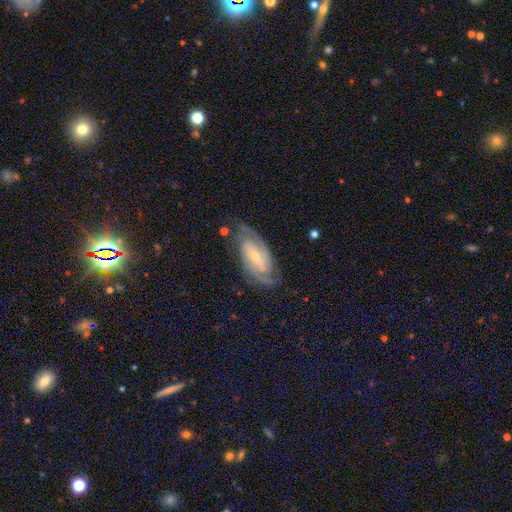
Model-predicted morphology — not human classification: A featured or disk galaxy (82%) with no bar (43%), 2 (54%) tight (56%) spiral arms (95%) and a small central bulge (68%).

Vote fractions:
- Smooth or featured? featured or disk: 82% / smooth: 11% / star or artifact: 6%
- Edge-on disk? no: 94% / yes: 6%
- Bar? no: 43% / weak: 40% / strong: 17%
- Spiral arms? yes: 95% / no: 5%
- Spiral winding? tight: 56% / medium: 35% / loose: 9%
- Spiral arm count? 2: 54% / can't tell: 21% / 3: 13% / 4: 5% / 1: 4% / more than 4: 3%
- Bulge size? small: 68% / moderate: 28% / none: 2% / large: 1% / dominant: 1%
- Merging? none: 75% / minor disturbance: 17% / major disturbance: 6% / merger: 2%